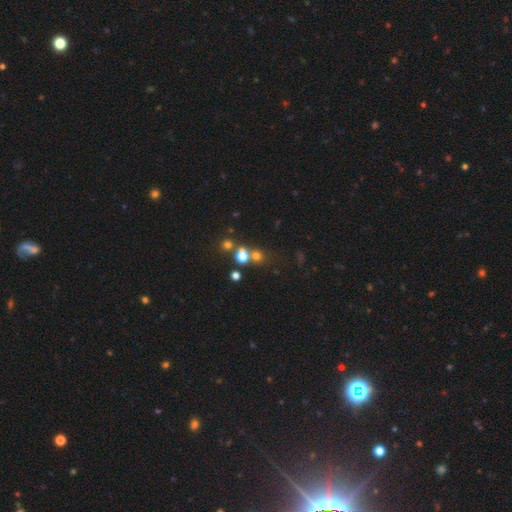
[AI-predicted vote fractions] smooth_or_featured: smooth (p=0.64) [alt: star or artifact p=0.26]
how_rounded: round (p=0.81) [alt: in between p=0.18]
merging: none (p=0.55) [alt: merger p=0.32]